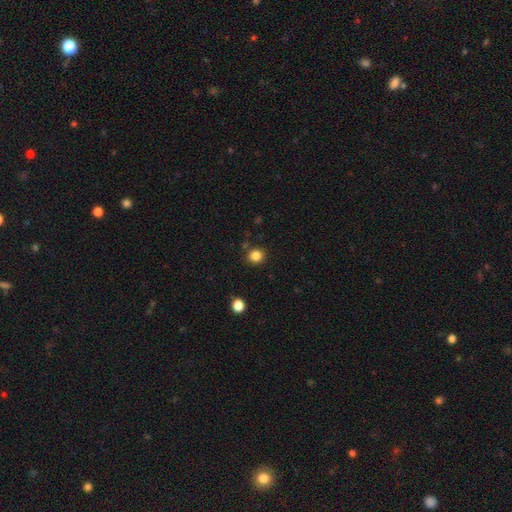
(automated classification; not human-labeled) Smooth or featured? smooth (84%)
How rounded? round (88%)
Merging? none (87%)